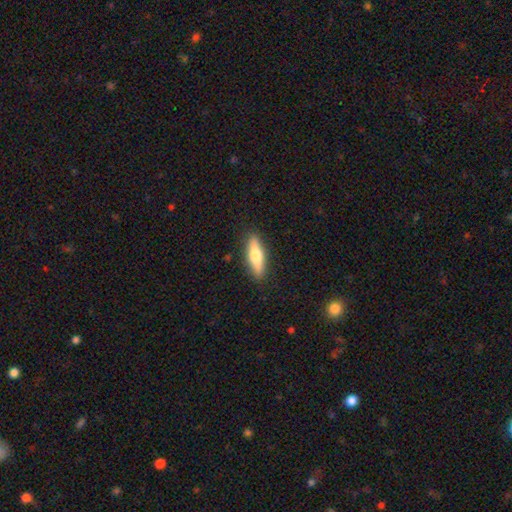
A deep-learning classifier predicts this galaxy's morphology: smooth-or-featured: smooth: 55% | featured or disk: 39% | star or artifact: 6%
  how-rounded: cigar-shaped: 65% | in between: 33% | round: 2%
  merging: none: 89% | minor disturbance: 8% | major disturbance: 2% | merger: 1%